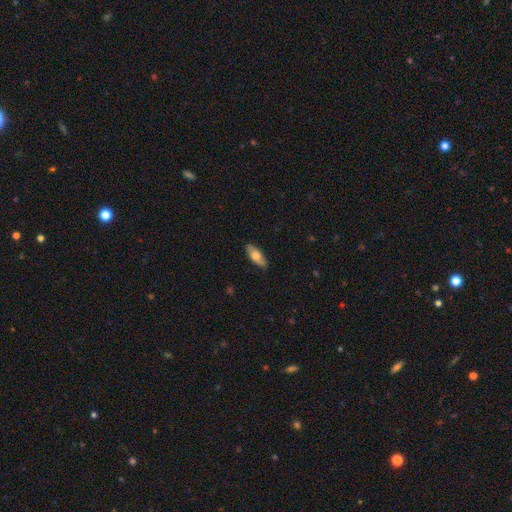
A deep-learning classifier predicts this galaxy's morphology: A smooth galaxy with no disk features (62%) that is in between round and cigar-shaped (73%). Merging: none (86%).